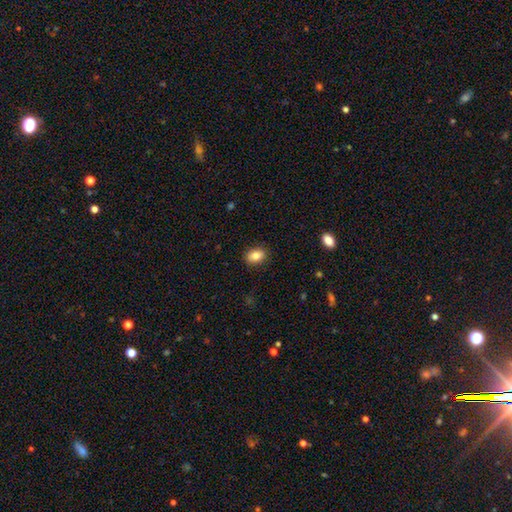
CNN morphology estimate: A smooth galaxy with no disk features (84%) that is in between round and cigar-shaped (79%). Merging: none (88%).